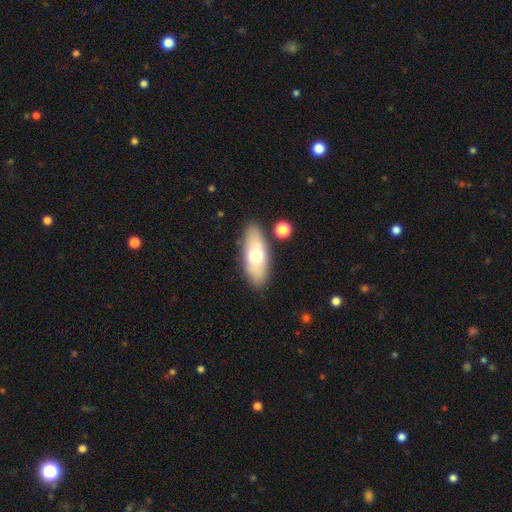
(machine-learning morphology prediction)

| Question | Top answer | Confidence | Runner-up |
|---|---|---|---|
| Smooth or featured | smooth | 63% | featured or disk (30%) |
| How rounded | in between | 78% | cigar-shaped (18%) |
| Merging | none | 83% | minor disturbance (10%) |